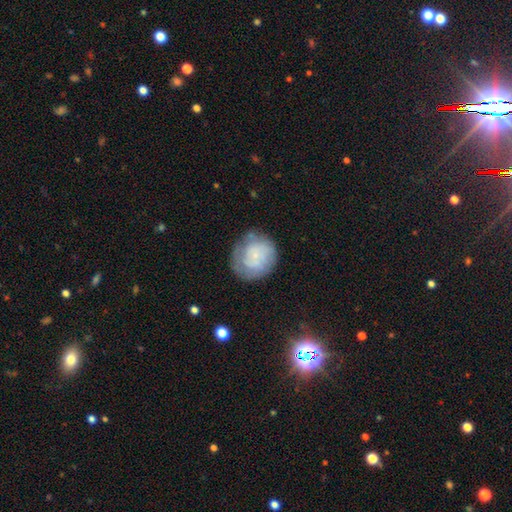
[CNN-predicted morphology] smooth-or-featured: smooth: 50% | featured or disk: 42% | star or artifact: 8%
  merging: none: 66% | minor disturbance: 21% | major disturbance: 10% | merger: 2%